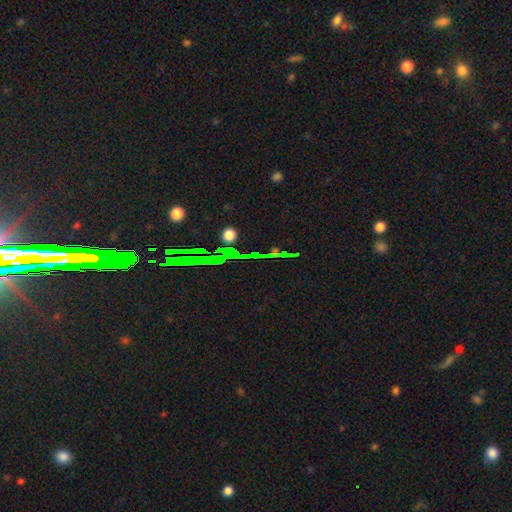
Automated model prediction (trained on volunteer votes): Overall: star or artifact (73%).